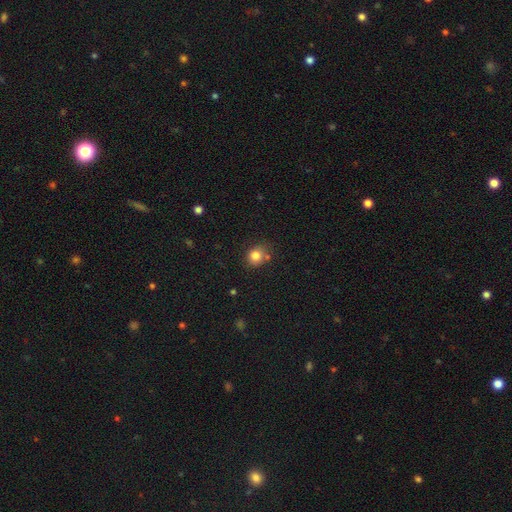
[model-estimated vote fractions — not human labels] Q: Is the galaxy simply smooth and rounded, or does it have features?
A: smooth — 82%.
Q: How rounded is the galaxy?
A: round — 71%.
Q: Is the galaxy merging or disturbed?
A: none — 67%.